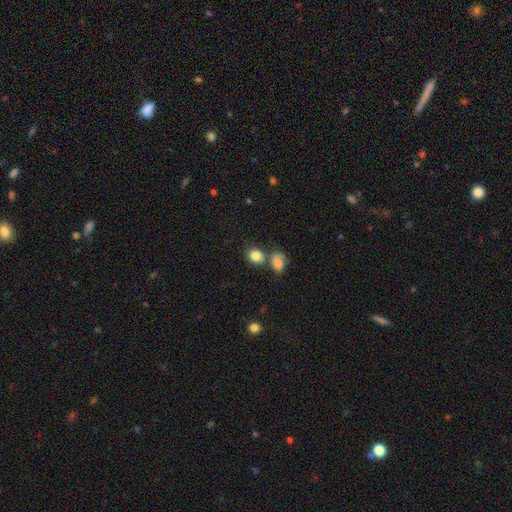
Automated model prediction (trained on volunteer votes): This appears to be a smooth galaxy with no disk features (84%) that is round (65%). Merging: none (58%).